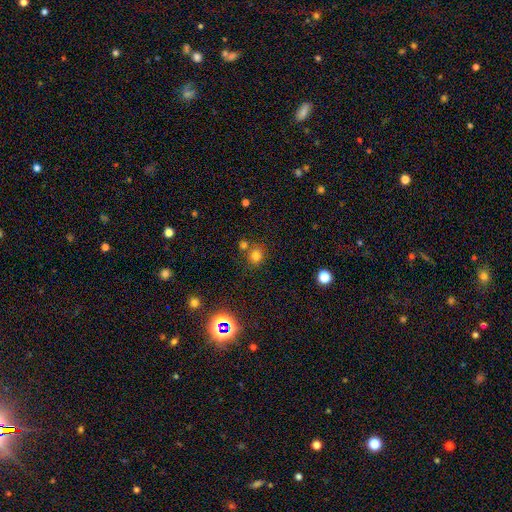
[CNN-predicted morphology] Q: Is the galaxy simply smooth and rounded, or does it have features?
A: smooth — 74%.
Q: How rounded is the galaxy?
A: round — 79%.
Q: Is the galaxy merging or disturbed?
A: none — 67%.